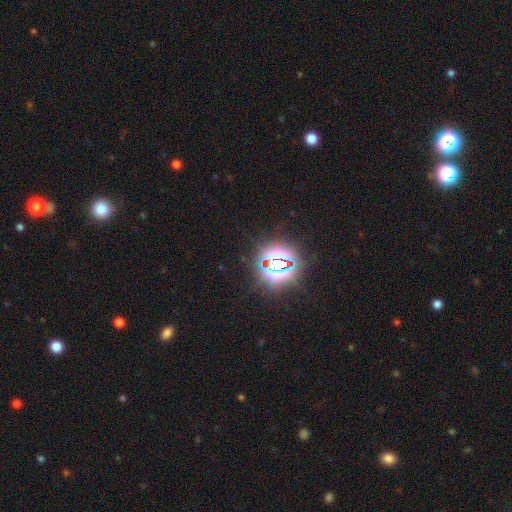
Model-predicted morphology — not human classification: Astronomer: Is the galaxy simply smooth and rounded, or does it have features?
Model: star or artifact — 82%.